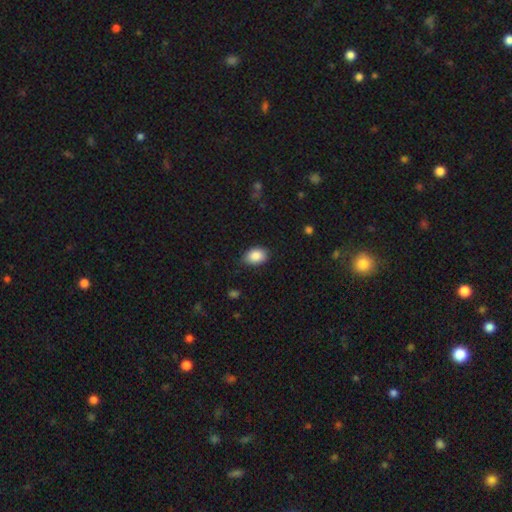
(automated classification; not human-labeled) Smooth or featured? smooth (88%)
How rounded? in between (82%)
Merging? none (78%)